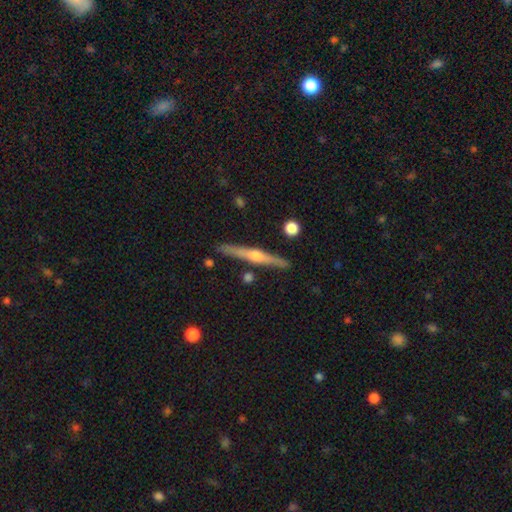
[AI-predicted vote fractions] Smooth or featured? featured or disk (71%)
Edge-on disk? yes (98%)
Edge-on bulge? rounded (86%)
Merging? none (88%)